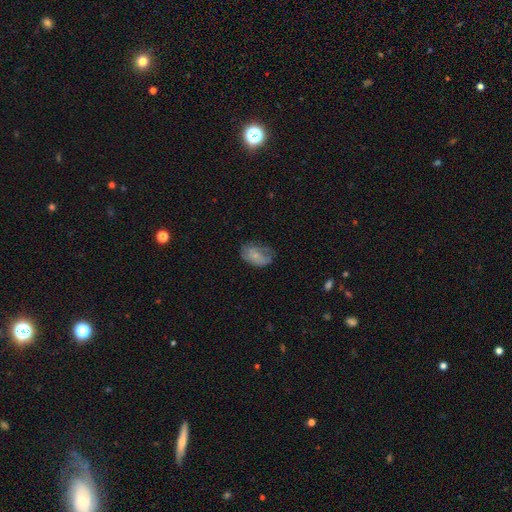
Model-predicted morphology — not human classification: Smooth or featured?
  - smooth: 64% *
  - featured or disk: 29%
  - star or artifact: 8%
How rounded?
  - in between: 87% *
  - round: 11%
  - cigar-shaped: 1%
Merging?
  - none: 47% *
  - minor disturbance: 34%
  - major disturbance: 18%
  - merger: 2%